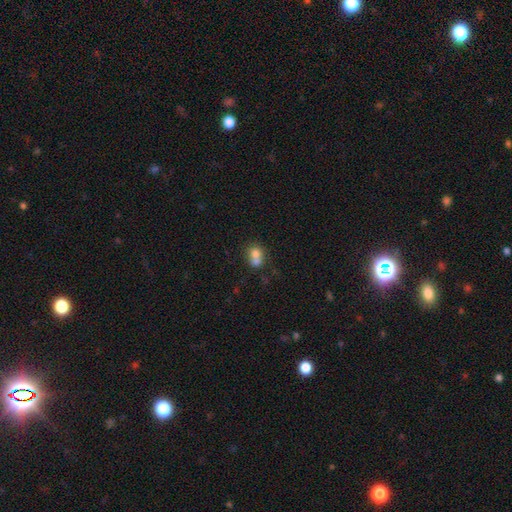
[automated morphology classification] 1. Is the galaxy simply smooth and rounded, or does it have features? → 72% smooth, 17% featured or disk, 11% star or artifact.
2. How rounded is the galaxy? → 60% round, 39% in between, 1% cigar-shaped.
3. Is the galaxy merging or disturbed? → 59% merger, 27% none, 9% minor disturbance, 5% major disturbance.